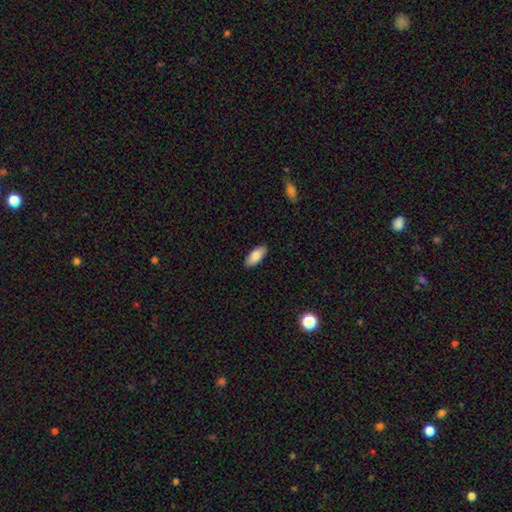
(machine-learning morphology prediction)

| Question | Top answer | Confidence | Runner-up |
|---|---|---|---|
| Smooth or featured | smooth | 84% | featured or disk (10%) |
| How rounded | in between | 86% | cigar-shaped (12%) |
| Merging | none | 88% | minor disturbance (9%) |